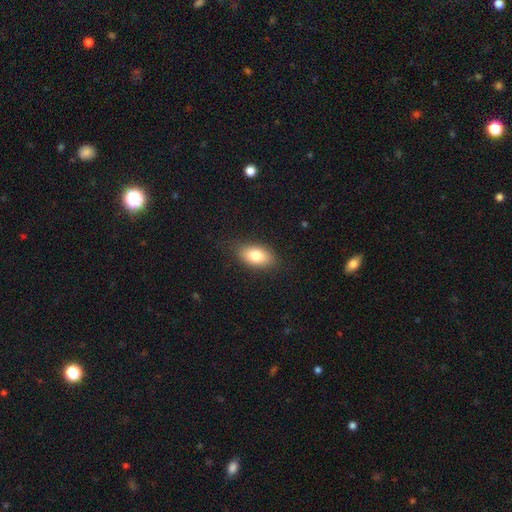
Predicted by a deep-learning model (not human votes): This appears to be a smooth galaxy with no disk features (78%) that is in between round and cigar-shaped (89%). Merging: none (83%).